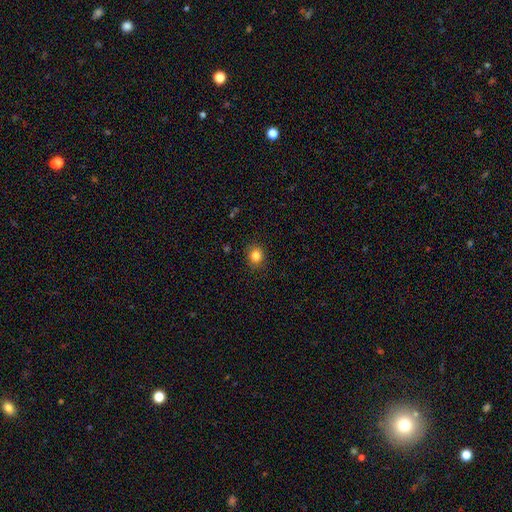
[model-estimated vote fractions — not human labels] The model was most divided on "how rounded": round: 74%, in between: 25%, cigar-shaped: 1%. More confident: merging — none (88%); smooth or featured — smooth (83%).